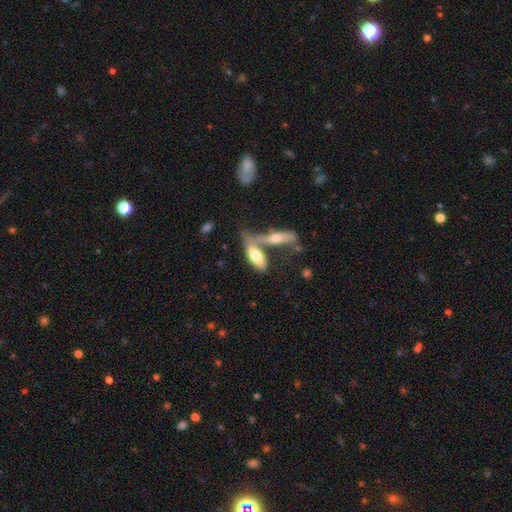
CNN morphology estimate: Q: Smooth or featured?
A: smooth (64%); runner-up: featured or disk (31%)
Q: How rounded?
A: in between (67%); runner-up: cigar-shaped (31%)
Q: Merging?
A: merger (56%); runner-up: none (28%)